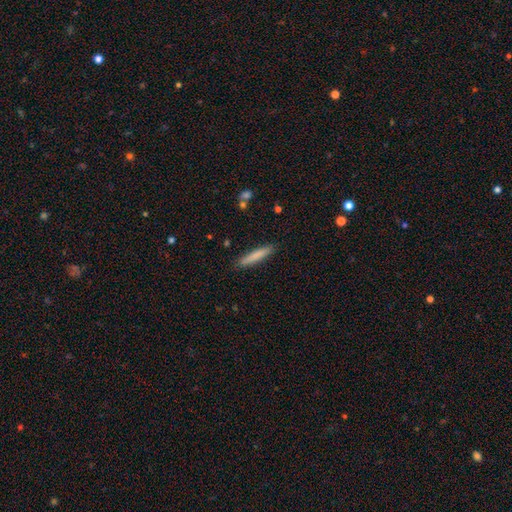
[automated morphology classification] This appears to be a smooth galaxy with no disk features (79%) that is cigar-shaped (92%). Merging: none (89%).